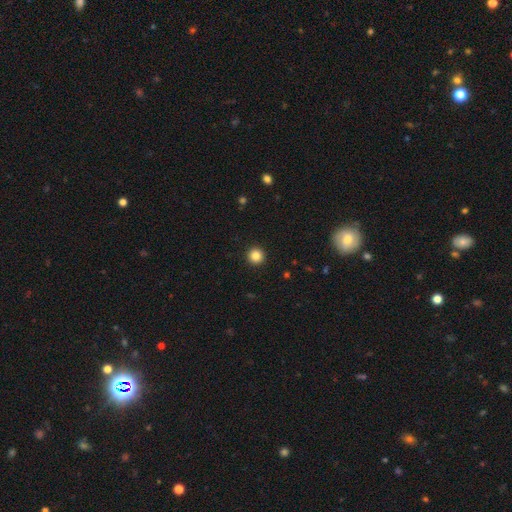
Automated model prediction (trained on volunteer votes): Smooth or featured? smooth (85%)
How rounded? round (95%)
Merging? none (93%)